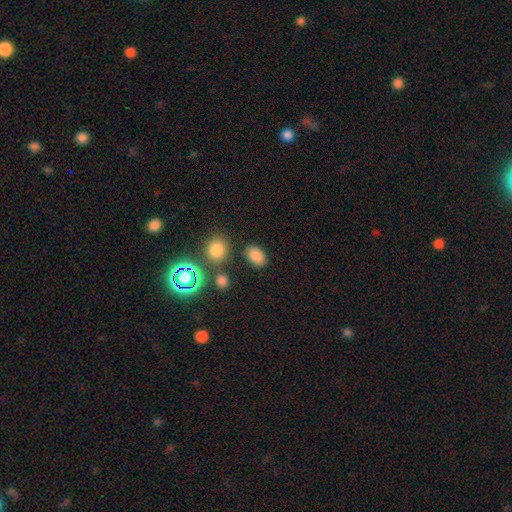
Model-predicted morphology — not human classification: Smooth or featured: smooth — 82% (star or artifact — 13%)
How rounded: in between — 86% (round — 13%)
Merging: none — 81% (minor disturbance — 10%)